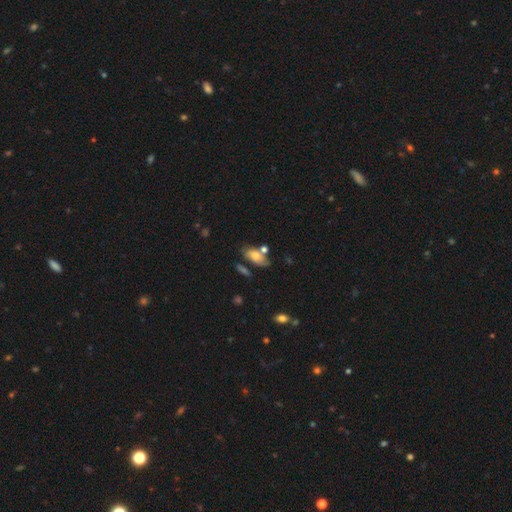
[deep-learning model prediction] Q: Smooth or featured?
A: smooth (65%); runner-up: featured or disk (26%)
Q: How rounded?
A: in between (88%); runner-up: cigar-shaped (7%)
Q: Merging?
A: none (52%); runner-up: minor disturbance (21%)